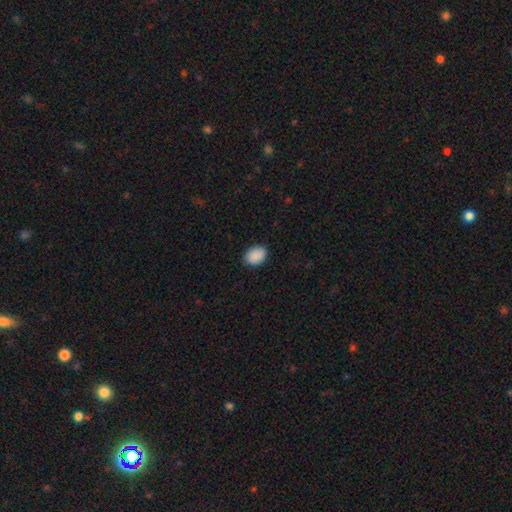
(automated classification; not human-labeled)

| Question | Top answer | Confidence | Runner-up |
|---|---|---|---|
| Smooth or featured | smooth | 90% | star or artifact (7%) |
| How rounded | in between | 75% | round (24%) |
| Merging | none | 86% | minor disturbance (10%) |